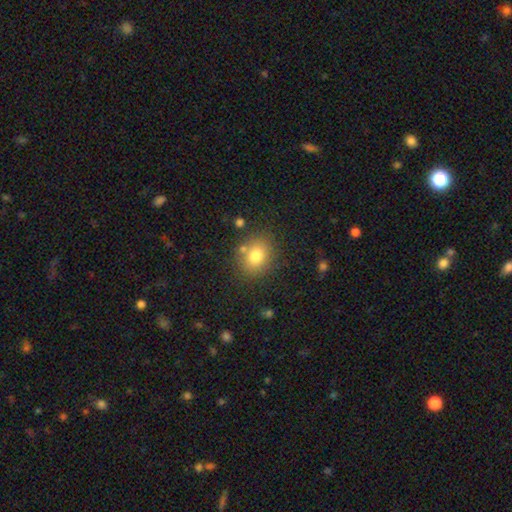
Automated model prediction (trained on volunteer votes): smooth_or_featured: smooth (p=0.78) [alt: star or artifact p=0.12]
how_rounded: round (p=0.59) [alt: in between p=0.40]
merging: none (p=0.77) [alt: minor disturbance p=0.12]